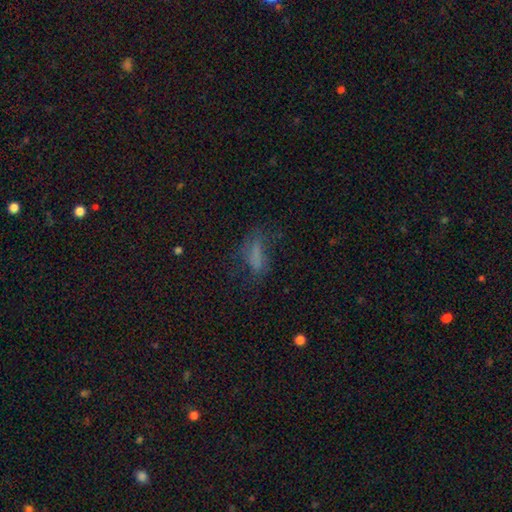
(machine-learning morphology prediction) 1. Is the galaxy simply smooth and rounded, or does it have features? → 56% smooth, 25% featured or disk, 19% star or artifact.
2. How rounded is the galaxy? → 61% in between, 34% cigar-shaped, 5% round.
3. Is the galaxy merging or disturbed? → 46% none, 28% major disturbance, 23% minor disturbance, 3% merger.